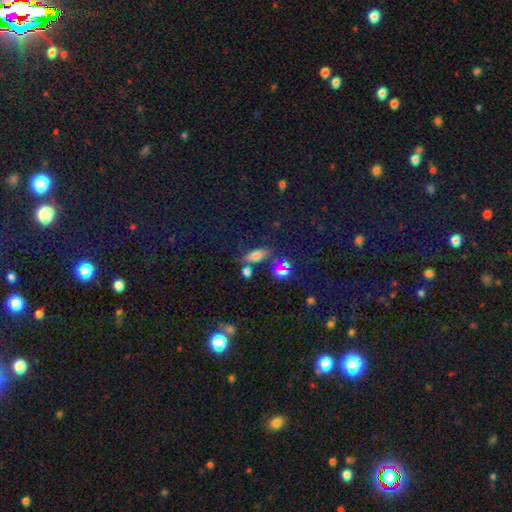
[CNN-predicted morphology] This is likely a smooth galaxy (68%). How rounded: likely in between (65%). Merging: likely none (67%).